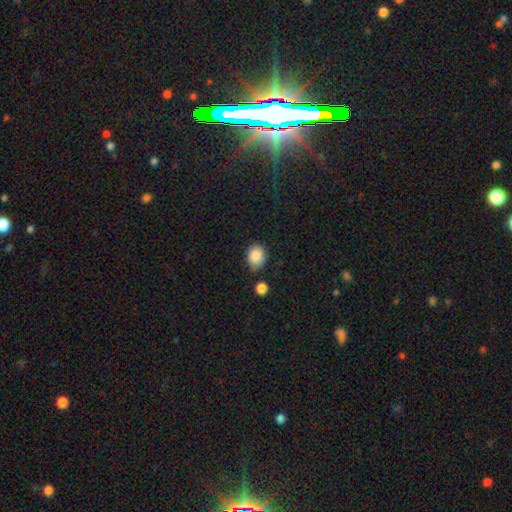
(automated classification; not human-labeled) A smooth galaxy with no disk features (87%) that is round (62%).

Vote fractions:
- Smooth or featured? smooth: 87% / star or artifact: 9% / featured or disk: 4%
- How rounded? round: 62% / in between: 37% / cigar-shaped: 1%
- Merging? none: 68% / minor disturbance: 22% / merger: 5% / major disturbance: 4%